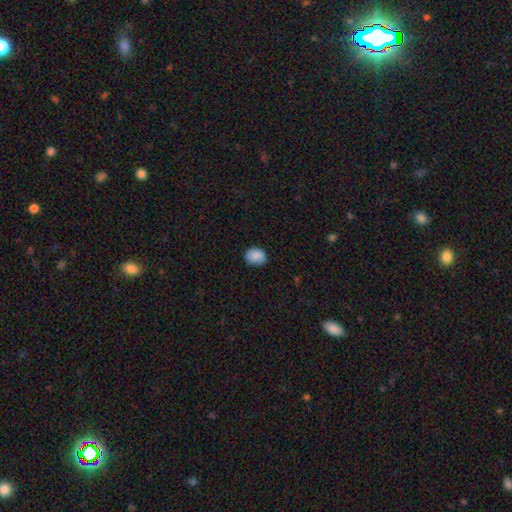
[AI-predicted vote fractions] Smooth or featured? smooth (89%)
How rounded? in between (58%)
Merging? none (84%)